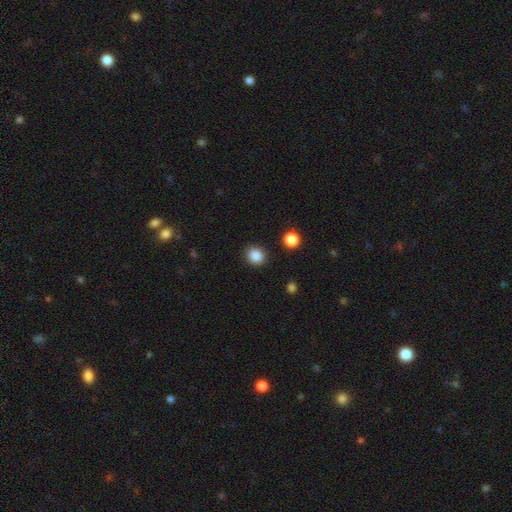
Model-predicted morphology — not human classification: Smooth or featured?
  - smooth: 85% *
  - star or artifact: 11%
  - featured or disk: 4%
How rounded?
  - round: 83% *
  - in between: 16%
  - cigar-shaped: 1%
Merging?
  - none: 90% *
  - minor disturbance: 7%
  - major disturbance: 2%
  - merger: 2%